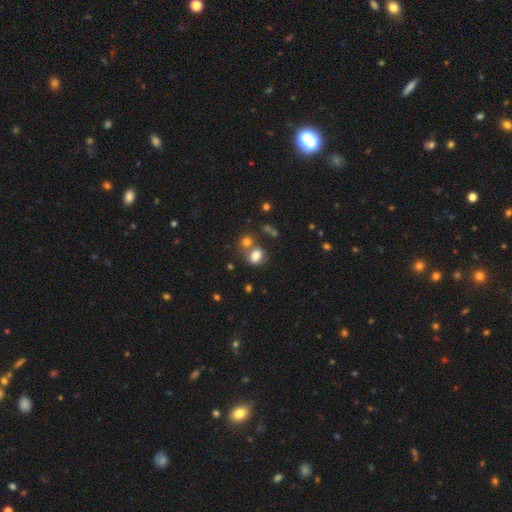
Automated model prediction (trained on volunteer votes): A smooth galaxy with no disk features (79%) that is in between round and cigar-shaped (57%).

Vote fractions:
- Smooth or featured? smooth: 79% / star or artifact: 12% / featured or disk: 9%
- How rounded? in between: 57% / round: 42% / cigar-shaped: 1%
- Merging? none: 52% / merger: 30% / minor disturbance: 13% / major disturbance: 5%